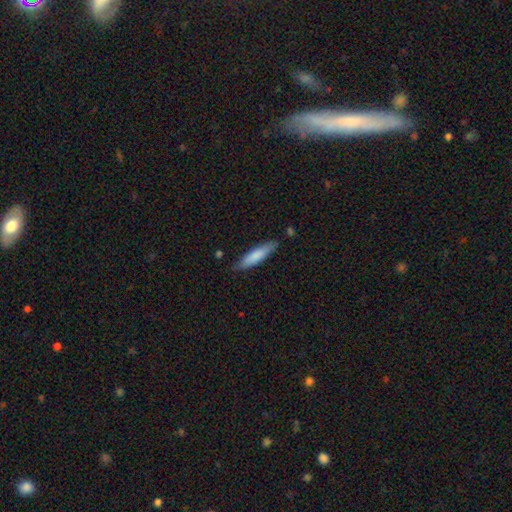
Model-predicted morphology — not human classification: The model was most divided on "smooth or featured": smooth: 78%, featured or disk: 17%, star or artifact: 5%. More confident: merging — none (82%); how rounded — cigar-shaped (81%).